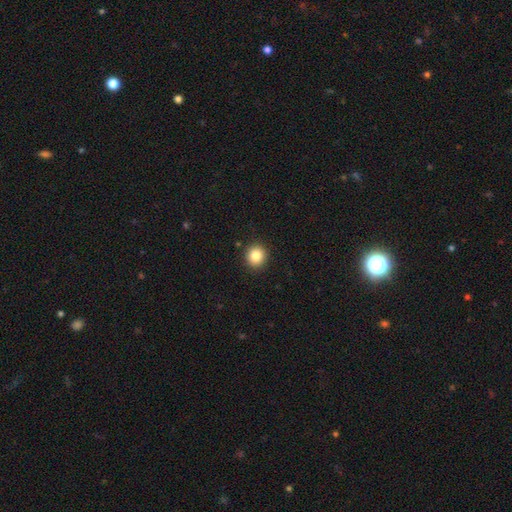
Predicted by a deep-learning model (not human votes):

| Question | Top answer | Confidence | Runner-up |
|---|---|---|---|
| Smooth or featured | smooth | 84% | star or artifact (10%) |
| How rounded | round | 90% | in between (9%) |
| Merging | none | 91% | minor disturbance (6%) |